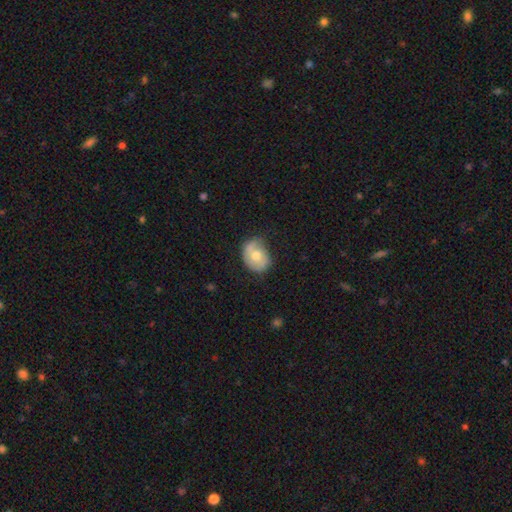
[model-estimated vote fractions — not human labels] smooth-or-featured: smooth: 49% | featured or disk: 44% | star or artifact: 7%
  merging: none: 53% | minor disturbance: 33% | major disturbance: 11% | merger: 2%